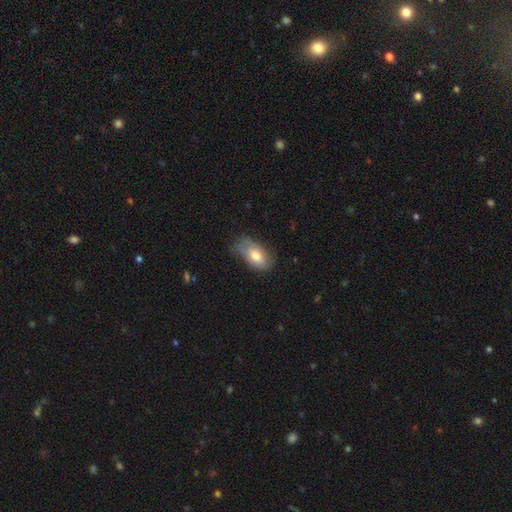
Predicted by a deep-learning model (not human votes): The model was most divided on "merging": none: 54%, minor disturbance: 34%, major disturbance: 10%, merger: 2%. More confident: how rounded — in between (92%); smooth or featured — smooth (74%).